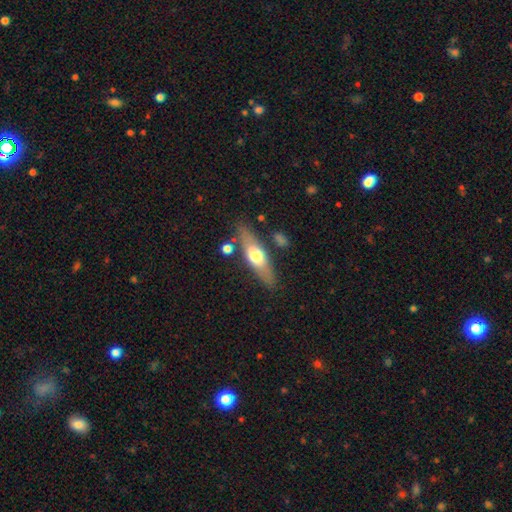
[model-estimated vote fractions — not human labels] The model was most divided on "smooth or featured": smooth: 51%, featured or disk: 43%, star or artifact: 6%. More confident: merging — none (82%); how rounded — cigar-shaped (57%).